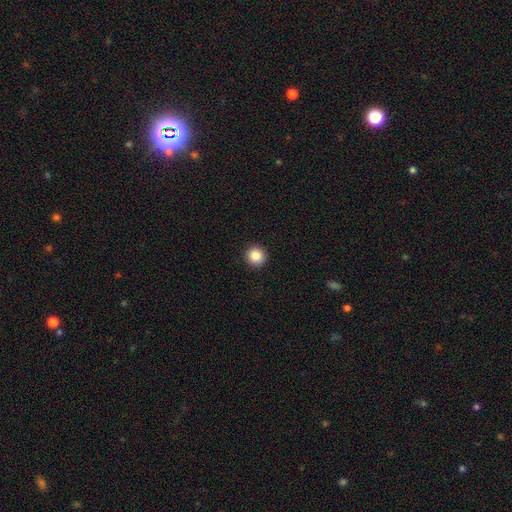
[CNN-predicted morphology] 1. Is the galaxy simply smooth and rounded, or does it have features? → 87% smooth, 9% star or artifact, 4% featured or disk.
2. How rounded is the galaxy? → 95% round, 4% in between, 1% cigar-shaped.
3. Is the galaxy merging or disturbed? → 93% none, 4% minor disturbance, 2% major disturbance, 1% merger.